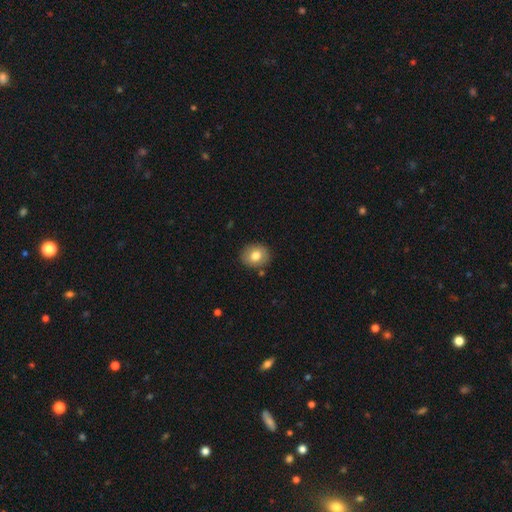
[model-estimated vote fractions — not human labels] Smooth or featured? Predicted: smooth (p=0.77). How rounded? Predicted: round (p=0.66). Merging? Predicted: none (p=0.85).